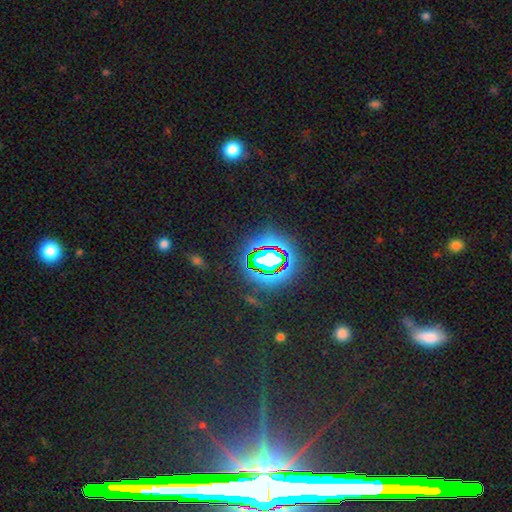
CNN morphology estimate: star or artifact 77%, smooth 12%, featured or disk 11%.